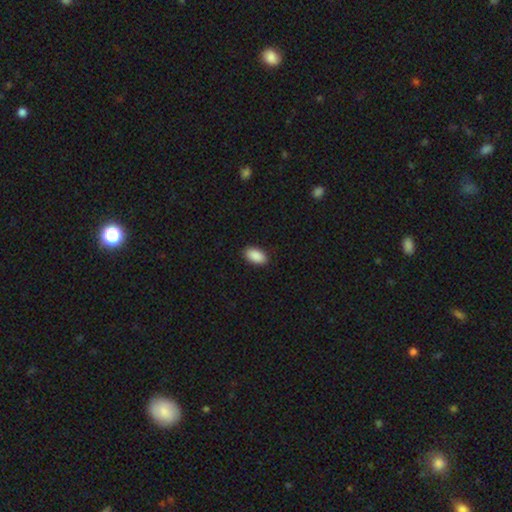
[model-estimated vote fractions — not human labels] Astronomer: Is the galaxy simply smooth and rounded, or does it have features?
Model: smooth — 91%.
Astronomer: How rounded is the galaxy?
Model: in between — 94%.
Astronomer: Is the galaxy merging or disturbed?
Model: none — 90%.